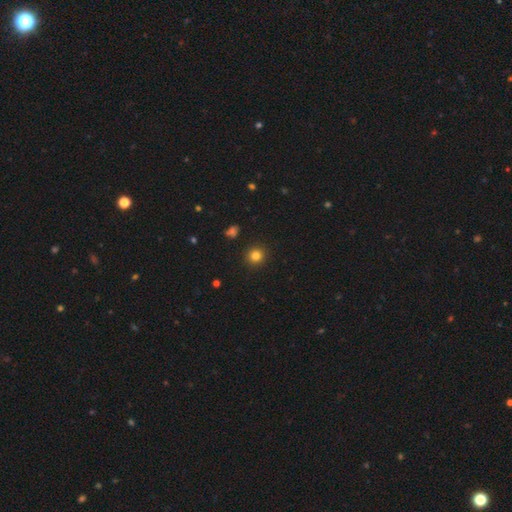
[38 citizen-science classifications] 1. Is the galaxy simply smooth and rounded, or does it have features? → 89% smooth, 5% featured or disk, 5% star or artifact.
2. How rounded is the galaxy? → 97% round, 3% in between, 0% cigar-shaped.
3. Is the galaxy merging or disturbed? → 94% none, 3% minor disturbance, 3% major disturbance, 0% merger.